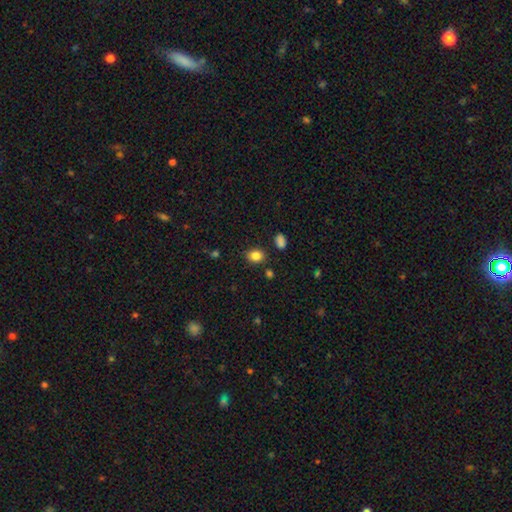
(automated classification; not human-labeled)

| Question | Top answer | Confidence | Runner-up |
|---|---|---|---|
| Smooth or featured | smooth | 84% | star or artifact (11%) |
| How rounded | in between | 52% | round (47%) |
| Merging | none | 83% | minor disturbance (11%) |